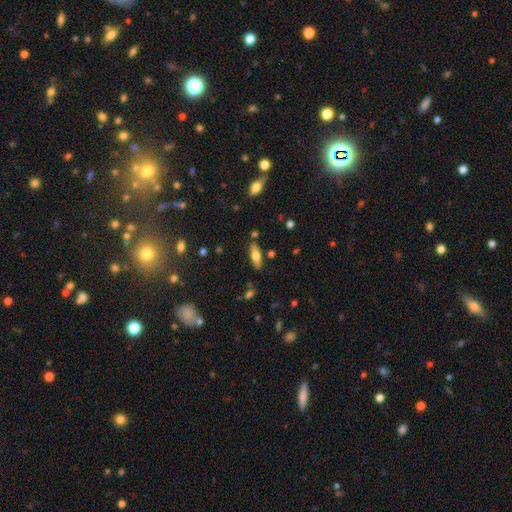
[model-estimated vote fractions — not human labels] Morphology: type=smooth (62%); roundness=in between (56%); merging=none (81%).